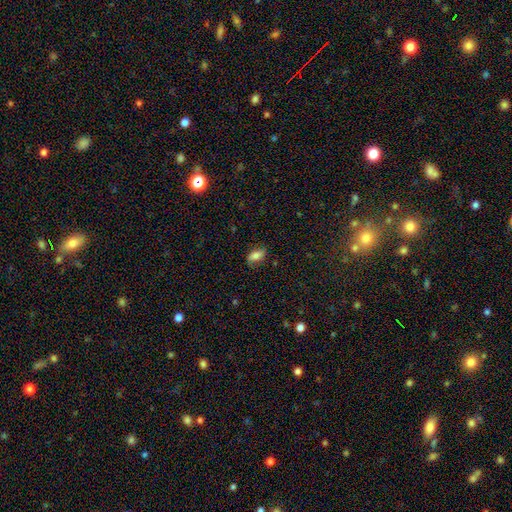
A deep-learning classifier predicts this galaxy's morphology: This appears to be a smooth galaxy with no disk features (70%) that is in between round and cigar-shaped (85%). Merging: none (76%).